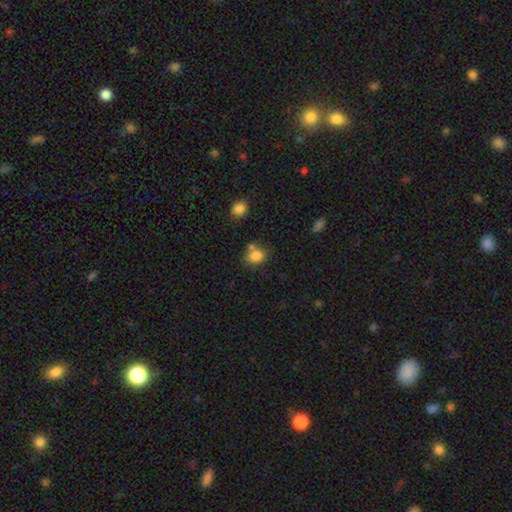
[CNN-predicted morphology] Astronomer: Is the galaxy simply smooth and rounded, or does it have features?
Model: smooth — 82%.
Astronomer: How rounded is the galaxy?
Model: in between — 56% (runner-up: round, 43%).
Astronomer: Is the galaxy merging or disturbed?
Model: none — 57%.